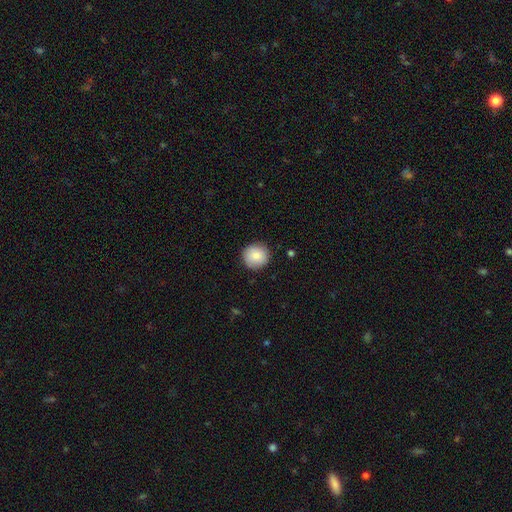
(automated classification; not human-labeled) The model was most divided on "smooth or featured": smooth: 84%, featured or disk: 9%, star or artifact: 7%. More confident: how rounded — round (94%); merging — none (88%).